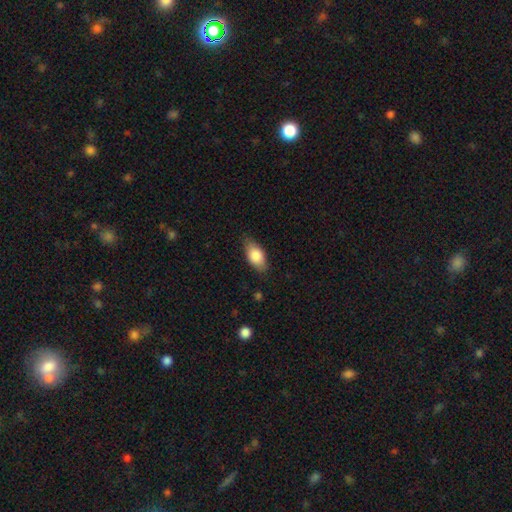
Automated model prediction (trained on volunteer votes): The model was most divided on "merging": none: 77%, minor disturbance: 18%, major disturbance: 3%, merger: 1%. More confident: how rounded — in between (90%); smooth or featured — smooth (82%).